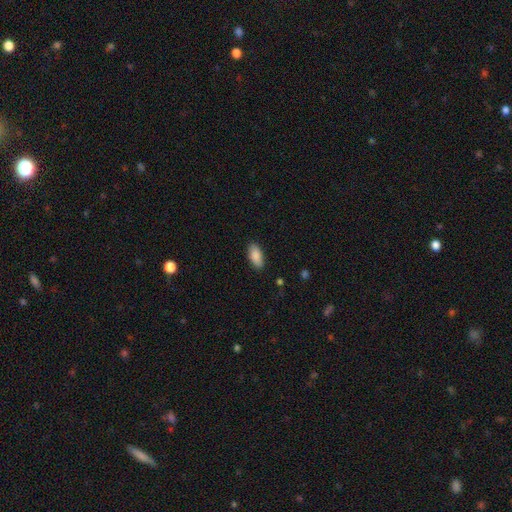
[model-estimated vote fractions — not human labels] A smooth galaxy with no disk features (88%) that is in between round and cigar-shaped (91%). Merging: none (87%).